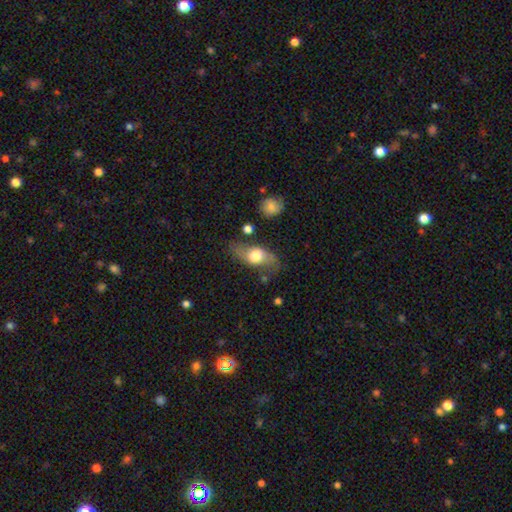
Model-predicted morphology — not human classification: smooth-or-featured: smooth: 57% | featured or disk: 36% | star or artifact: 7%
  how-rounded: in between: 77% | round: 12% | cigar-shaped: 11%
  merging: none: 67% | minor disturbance: 20% | major disturbance: 8% | merger: 4%